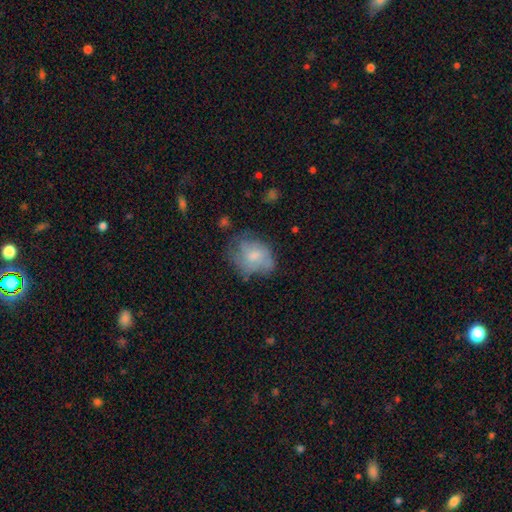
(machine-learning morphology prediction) Smooth or featured: smooth — 51% (featured or disk — 40%)
How rounded: in between — 56% (round — 43%)
Merging: none — 49% (minor disturbance — 31%)